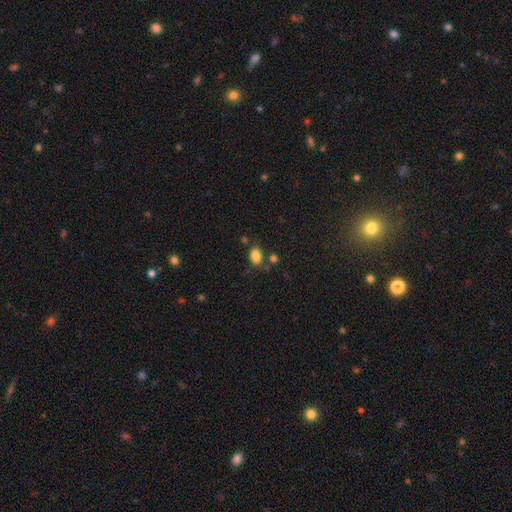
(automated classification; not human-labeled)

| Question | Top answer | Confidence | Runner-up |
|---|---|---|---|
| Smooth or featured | smooth | 85% | star or artifact (10%) |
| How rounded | in between | 84% | round (15%) |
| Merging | none | 70% | minor disturbance (15%) |